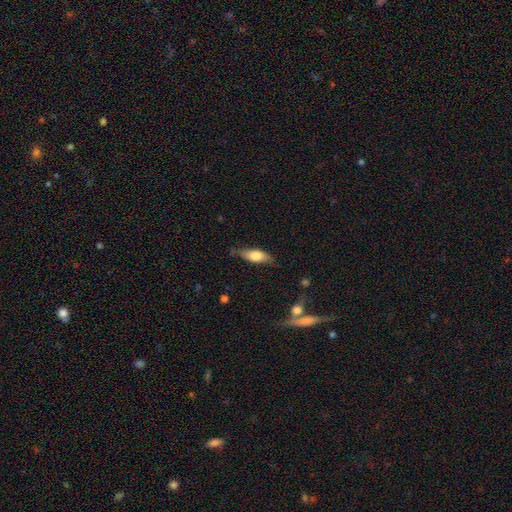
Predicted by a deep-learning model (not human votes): smooth-or-featured: smooth: 69% | featured or disk: 25% | star or artifact: 6%
  how-rounded: in between: 68% | cigar-shaped: 29% | round: 3%
  merging: none: 70% | minor disturbance: 23% | major disturbance: 5% | merger: 2%